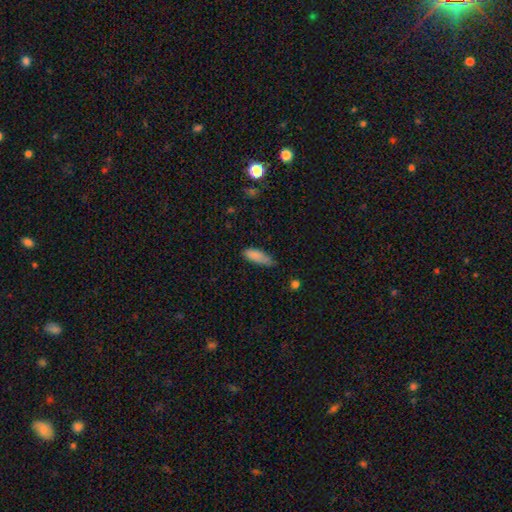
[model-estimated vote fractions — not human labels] Smooth or featured?
  - smooth: 86% *
  - star or artifact: 8%
  - featured or disk: 6%
How rounded?
  - in between: 63% *
  - cigar-shaped: 35%
  - round: 2%
Merging?
  - none: 52% *
  - minor disturbance: 38%
  - major disturbance: 8%
  - merger: 2%